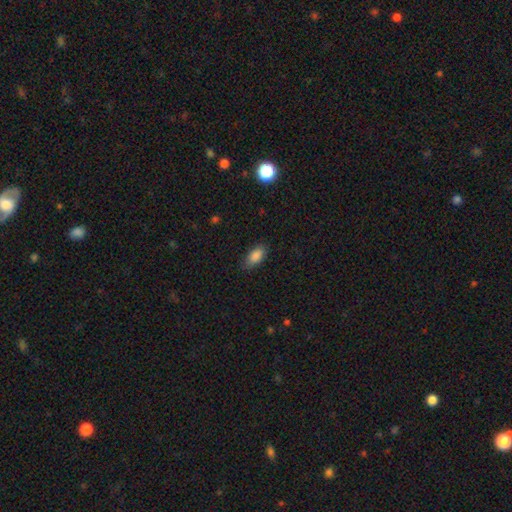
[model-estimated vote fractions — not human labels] Smooth or featured: smooth — 87% (star or artifact — 8%)
How rounded: in between — 90% (cigar-shaped — 6%)
Merging: none — 82% (minor disturbance — 14%)